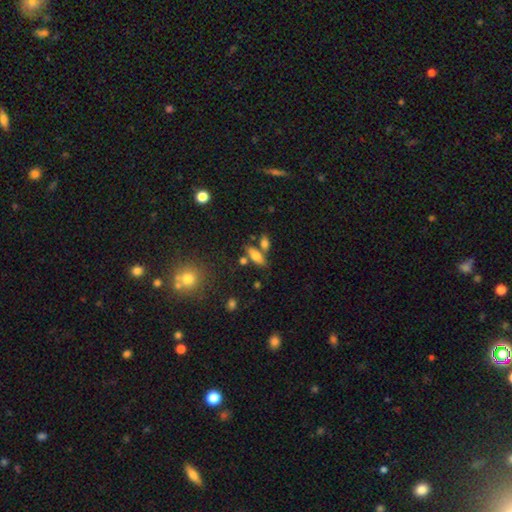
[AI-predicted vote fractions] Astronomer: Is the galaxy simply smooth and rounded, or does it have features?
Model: smooth — 70%.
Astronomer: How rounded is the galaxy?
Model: in between — 66%.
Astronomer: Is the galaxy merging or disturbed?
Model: none — 64%.